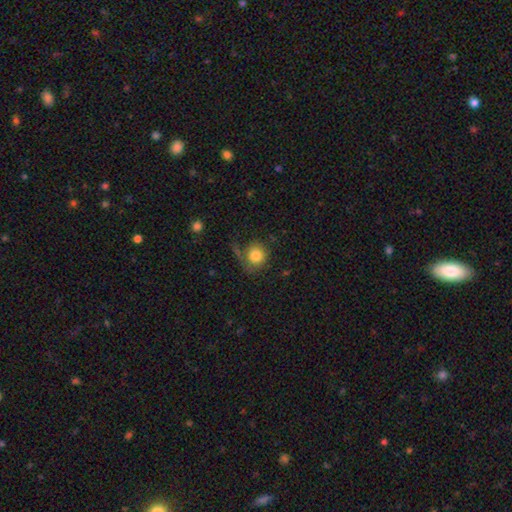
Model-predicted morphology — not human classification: Smooth or featured: smooth — 78% (featured or disk — 13%)
How rounded: round — 86% (in between — 13%)
Merging: none — 59% (minor disturbance — 18%)